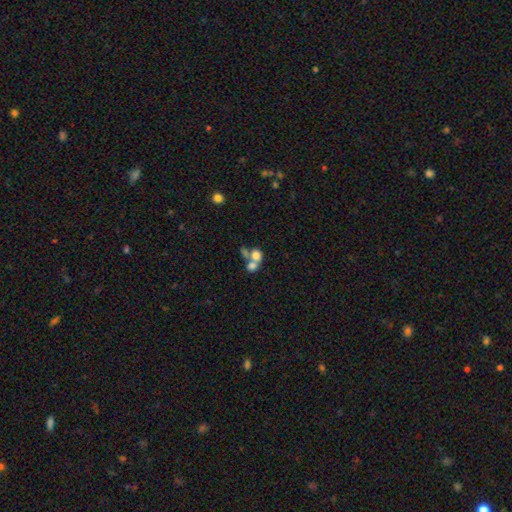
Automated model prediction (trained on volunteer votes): smooth 70%, featured or disk 19%, star or artifact 11%. Down the decision tree: how rounded — round (66%); merging — merger (65%).